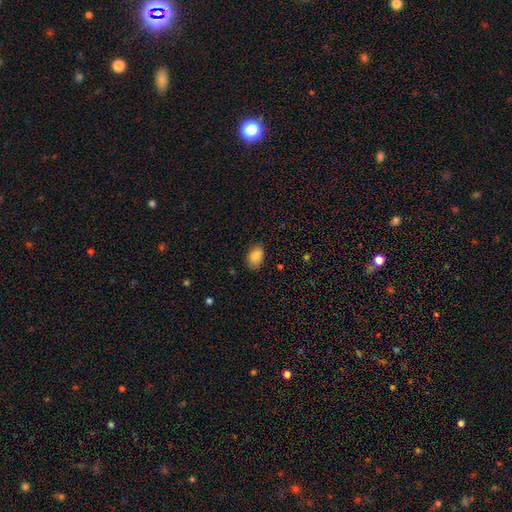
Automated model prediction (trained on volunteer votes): A smooth galaxy with no disk features (86%) that is in between round and cigar-shaped (88%).

Vote fractions:
- Smooth or featured? smooth: 86% / star or artifact: 8% / featured or disk: 6%
- How rounded? in between: 88% / round: 11% / cigar-shaped: 1%
- Merging? none: 79% / minor disturbance: 17% / major disturbance: 3% / merger: 1%